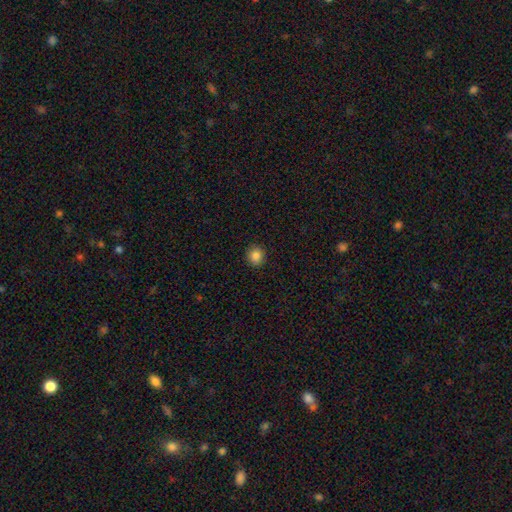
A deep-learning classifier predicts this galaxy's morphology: Smooth or featured? smooth (85%)
How rounded? round (89%)
Merging? none (92%)